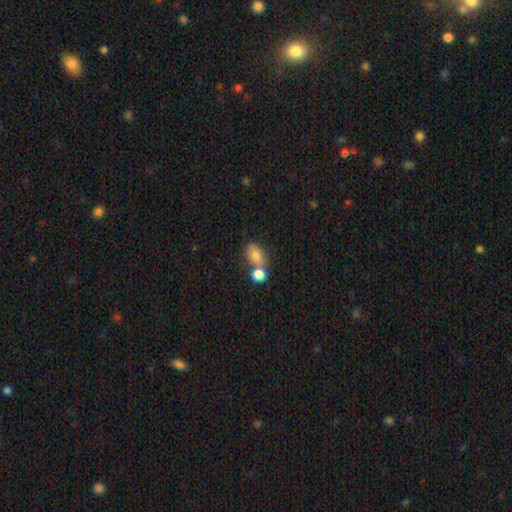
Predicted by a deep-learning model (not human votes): A smooth galaxy with no disk features (77%) that is in between round and cigar-shaped (66%).

Vote fractions:
- Smooth or featured? smooth: 77% / featured or disk: 12% / star or artifact: 11%
- How rounded? in between: 66% / round: 33% / cigar-shaped: 2%
- Merging? none: 44% / merger: 38% / minor disturbance: 13% / major disturbance: 5%